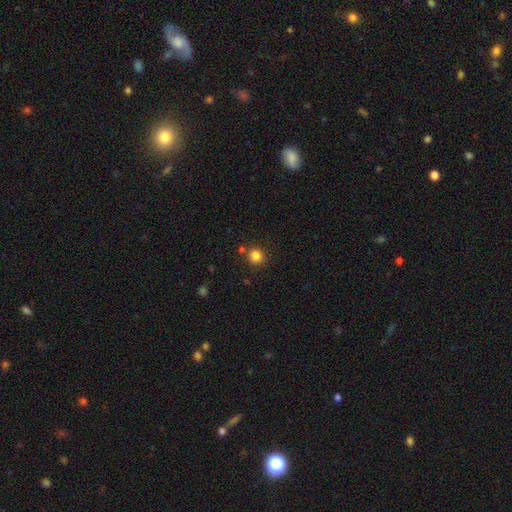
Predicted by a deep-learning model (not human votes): Overall: smooth (83%). How rounded: round (92%). Merging: none (83%).